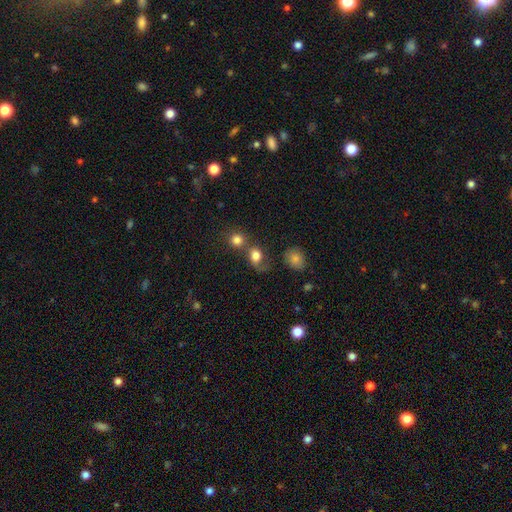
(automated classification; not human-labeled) smooth 79%, star or artifact 11%, featured or disk 10%. Down the decision tree: how rounded — round (52%); merging — none (39%).